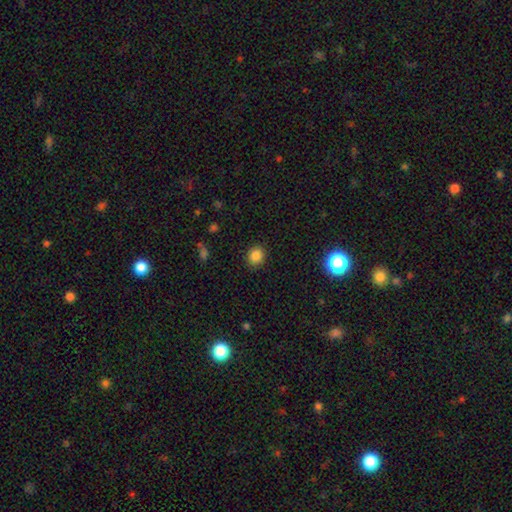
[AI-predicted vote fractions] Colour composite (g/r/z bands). It shows a smooth galaxy with no disk features (84%) that is round (77%). Merging: none (89%).